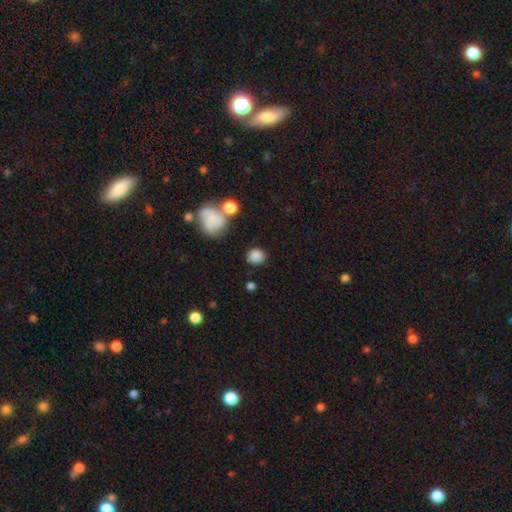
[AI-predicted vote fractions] smooth 84%, star or artifact 10%, featured or disk 6%. Down the decision tree: how rounded — round (82%); merging — none (78%).